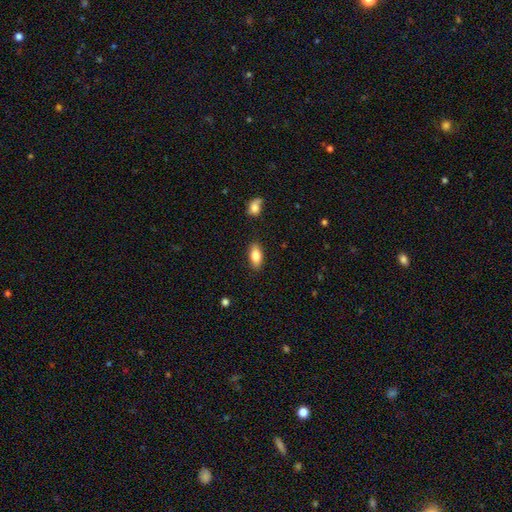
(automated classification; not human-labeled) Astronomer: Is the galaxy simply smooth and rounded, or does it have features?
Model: smooth — 82%.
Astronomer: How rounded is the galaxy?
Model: in between — 88%.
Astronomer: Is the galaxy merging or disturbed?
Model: none — 86%.